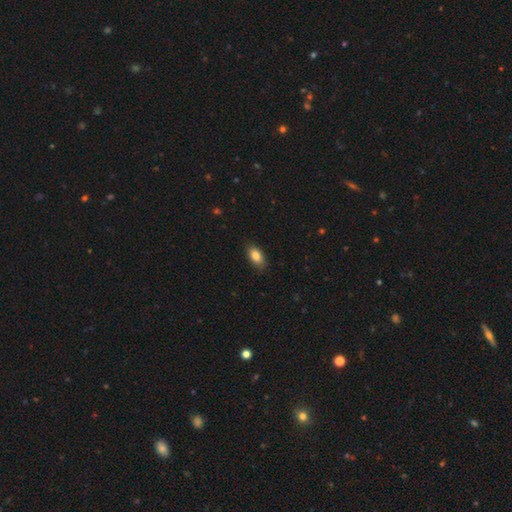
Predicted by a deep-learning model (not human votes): smooth-or-featured: smooth: 83% | featured or disk: 9% | star or artifact: 7%
  how-rounded: in between: 91% | round: 5% | cigar-shaped: 4%
  merging: none: 83% | minor disturbance: 14% | major disturbance: 2% | merger: 1%